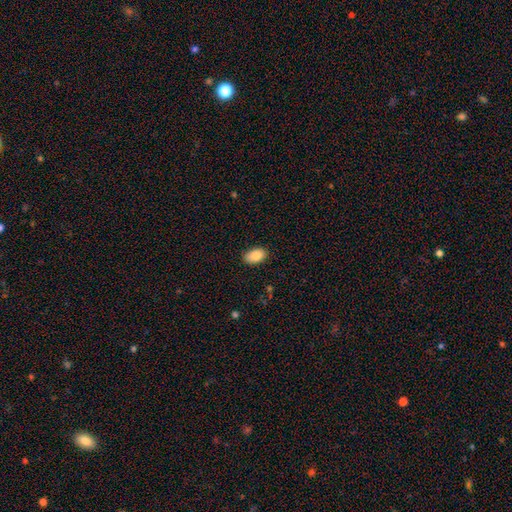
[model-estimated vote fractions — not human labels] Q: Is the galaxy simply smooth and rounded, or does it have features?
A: smooth — 89%.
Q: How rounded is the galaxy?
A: in between — 94%.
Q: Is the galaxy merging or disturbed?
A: none — 86%.